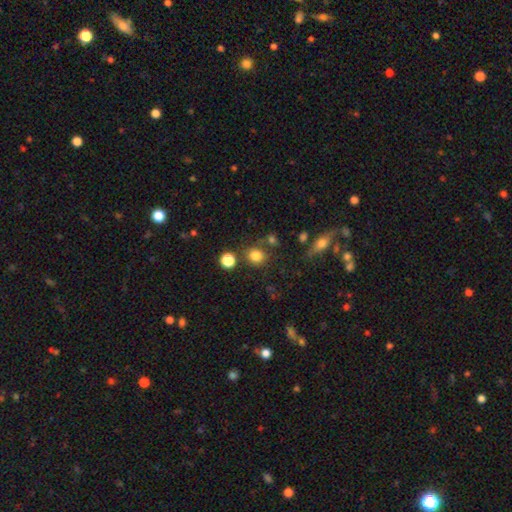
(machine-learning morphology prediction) smooth 81%, star or artifact 13%, featured or disk 6%. Down the decision tree: how rounded — round (86%); merging — none (77%).